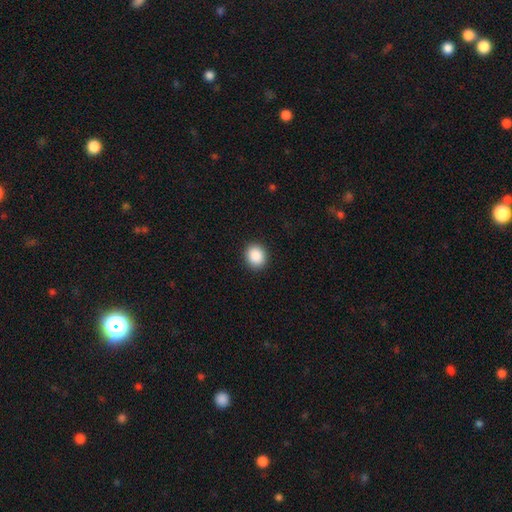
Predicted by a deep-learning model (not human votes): Q: Smooth or featured?
A: smooth (89%); runner-up: star or artifact (8%)
Q: How rounded?
A: round (71%); runner-up: in between (28%)
Q: Merging?
A: none (91%); runner-up: minor disturbance (6%)